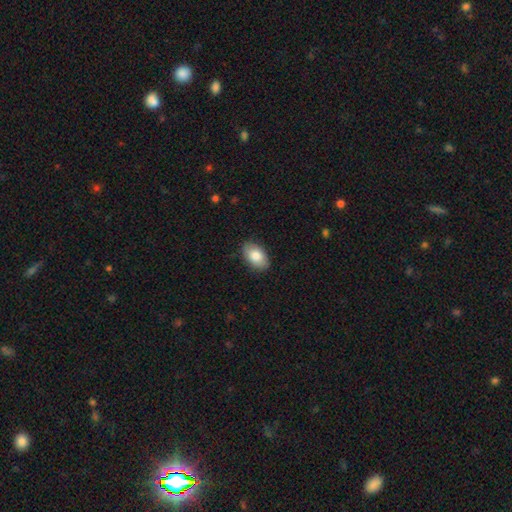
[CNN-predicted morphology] Smooth or featured?
  - smooth: 83% *
  - featured or disk: 11%
  - star or artifact: 6%
How rounded?
  - in between: 92% *
  - round: 7%
  - cigar-shaped: 1%
Merging?
  - none: 86% *
  - minor disturbance: 11%
  - major disturbance: 2%
  - merger: 1%